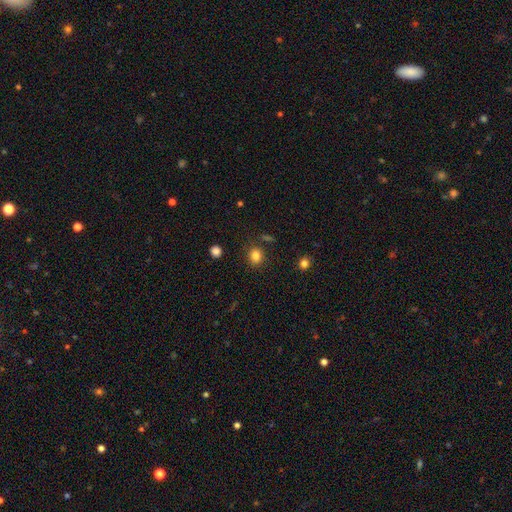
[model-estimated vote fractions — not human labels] A smooth galaxy with no disk features (83%) that is round (78%). Merging: none (85%).